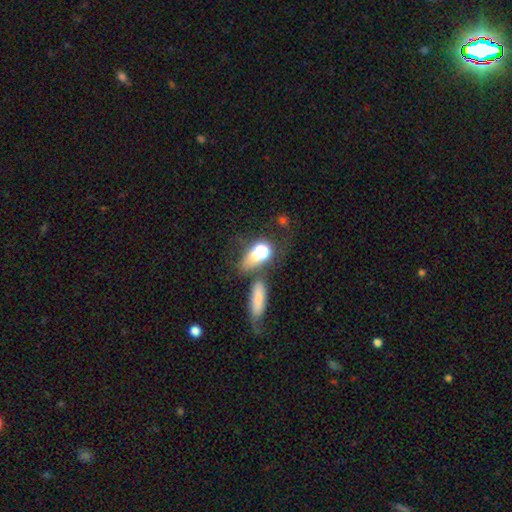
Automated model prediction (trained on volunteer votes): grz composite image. It shows a smooth galaxy with no disk features (63%) that is in between round and cigar-shaped (55%). Merging: none (44%).